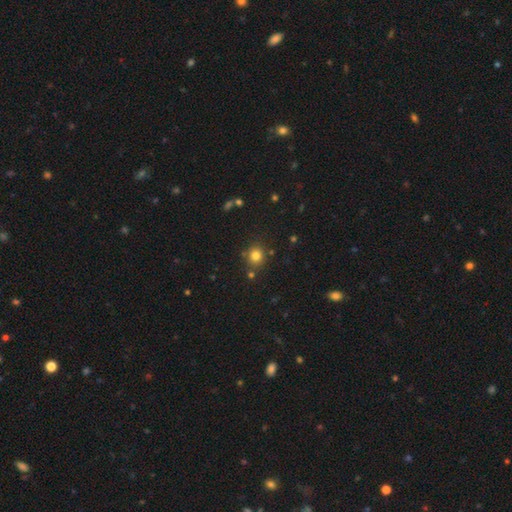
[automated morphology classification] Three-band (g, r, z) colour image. It shows a smooth galaxy with no disk features (78%) that is round (82%). Merging: none (80%).